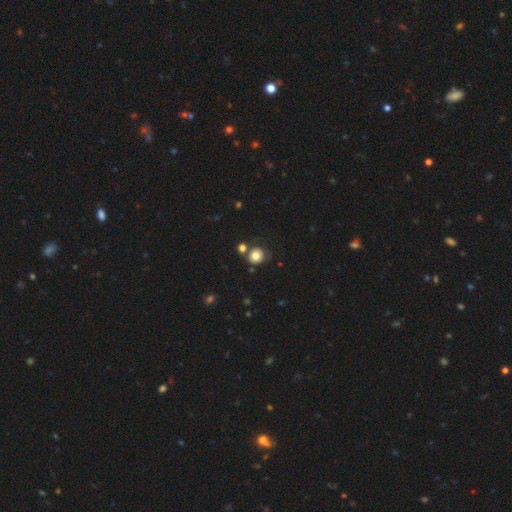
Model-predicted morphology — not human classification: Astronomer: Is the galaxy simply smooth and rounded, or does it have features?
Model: smooth — 80%.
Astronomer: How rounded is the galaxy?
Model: round — 87%.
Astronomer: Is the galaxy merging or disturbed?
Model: none — 71%.